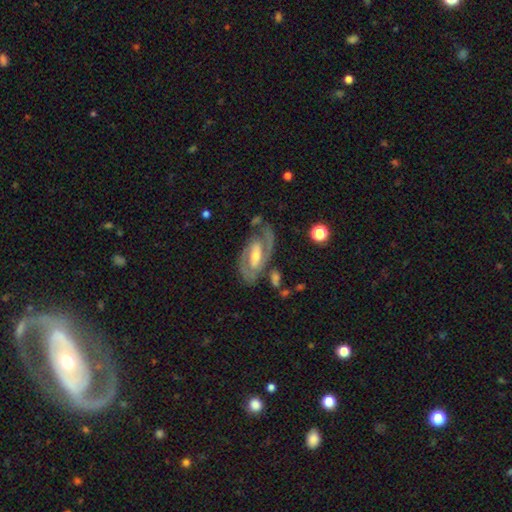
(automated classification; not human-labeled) Overall: featured or disk (86%). Edge-on disk: no (95%). Bar: weak (40%; strong 38%). Spiral arms: yes (93%). Spiral arm count: 2 (82%). Spiral winding: tight (45%; medium 44%). Bulge size: moderate (59%; small 33%). Merging: none (67%).